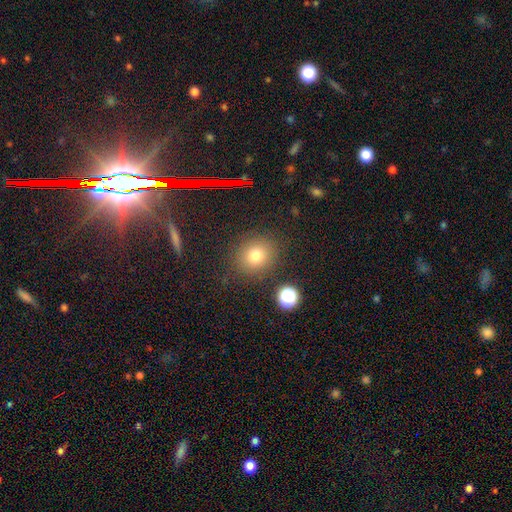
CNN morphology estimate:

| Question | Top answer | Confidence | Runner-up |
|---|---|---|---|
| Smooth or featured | smooth | 76% | star or artifact (15%) |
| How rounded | round | 78% | in between (20%) |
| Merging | none | 85% | minor disturbance (9%) |